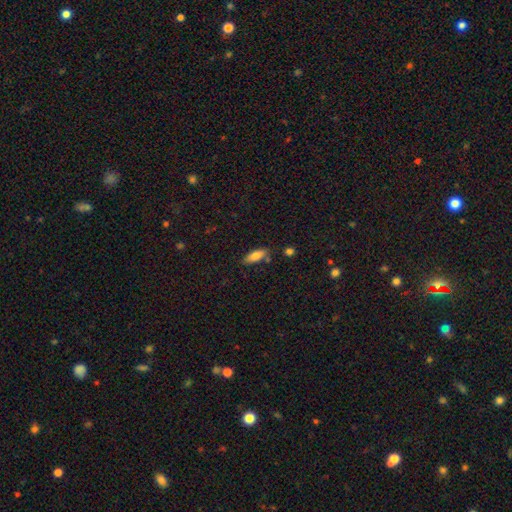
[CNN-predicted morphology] This is likely a smooth galaxy (79%). How rounded: likely in between (70%). Merging: likely none (75%).